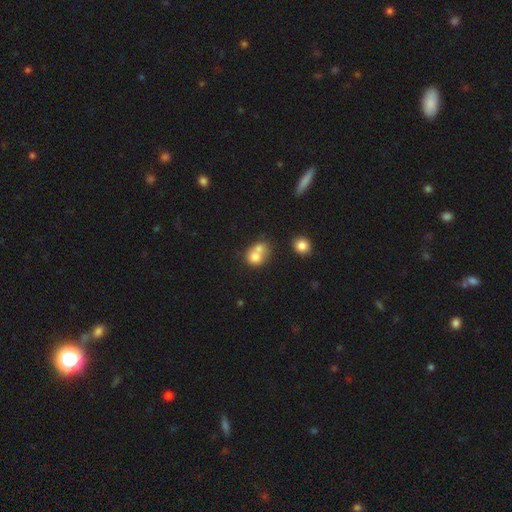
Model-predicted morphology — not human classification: smooth_or_featured: smooth (p=0.75) [alt: featured or disk p=0.15]
how_rounded: round (p=0.67) [alt: in between p=0.32]
merging: merger (p=0.64) [alt: none p=0.25]